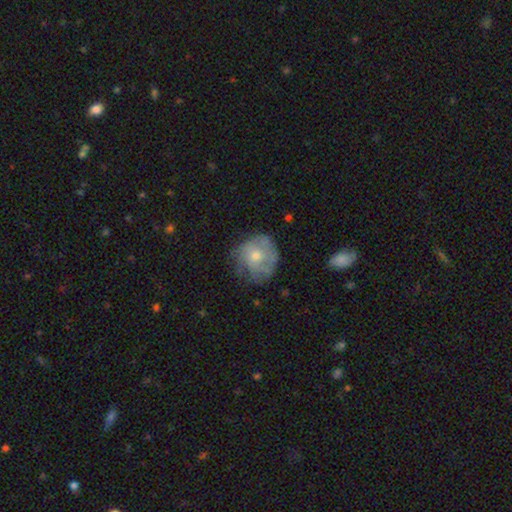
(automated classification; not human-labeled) Morphology: type=featured or disk (52%); edge-on=no (97%); bar=no (85%); spiral arms=yes (63%); bulge=moderate (48%); merging=none (63%).